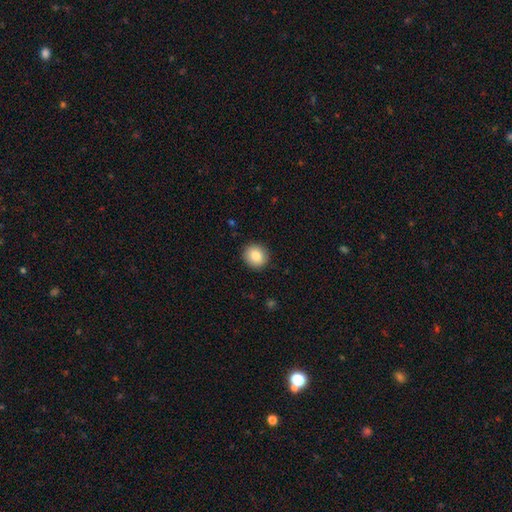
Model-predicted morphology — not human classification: The model was most divided on "smooth or featured": smooth: 84%, star or artifact: 9%, featured or disk: 7%. More confident: merging — none (91%); how rounded — round (88%).